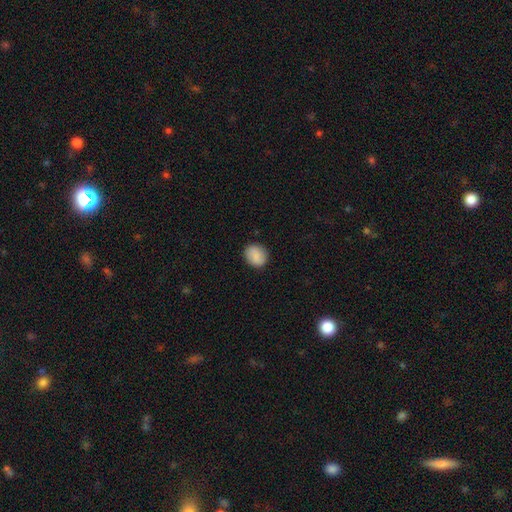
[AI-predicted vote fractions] smooth-or-featured: smooth: 85% | featured or disk: 8% | star or artifact: 8%
  how-rounded: round: 70% | in between: 29% | cigar-shaped: 1%
  merging: none: 88% | minor disturbance: 9% | major disturbance: 2% | merger: 1%